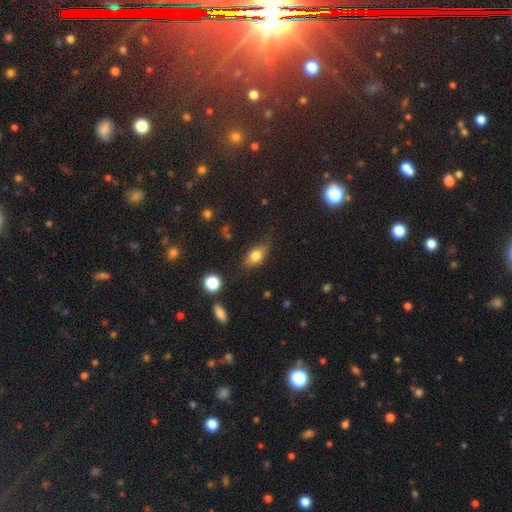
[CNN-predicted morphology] type=smooth (71%); roundness=in between (78%); merging=none (71%).